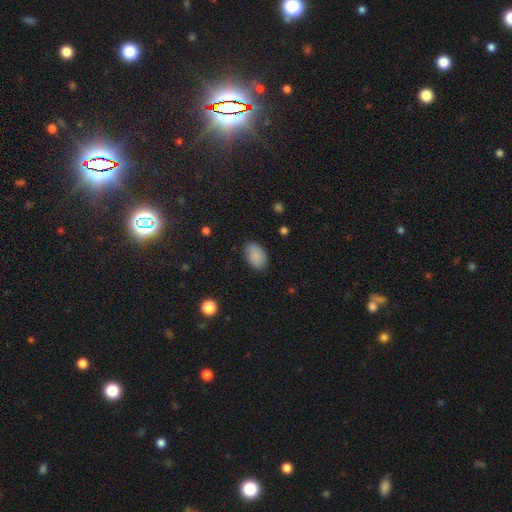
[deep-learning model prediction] smooth-or-featured: smooth: 88% | star or artifact: 8% | featured or disk: 5%
  how-rounded: in between: 89% | round: 10% | cigar-shaped: 1%
  merging: none: 82% | minor disturbance: 14% | major disturbance: 3% | merger: 1%